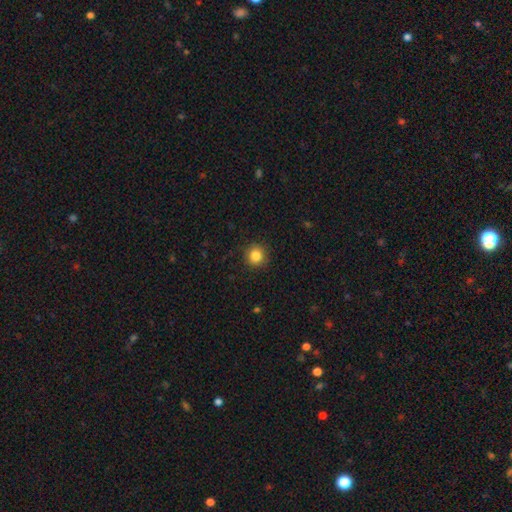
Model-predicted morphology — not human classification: This appears to be a smooth galaxy with no disk features (84%) that is round (92%). Merging: none (90%).